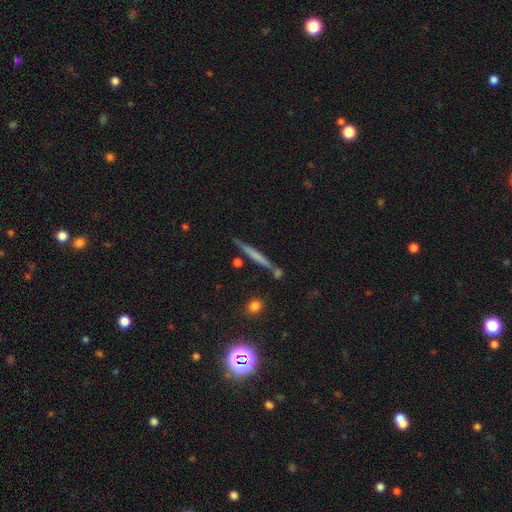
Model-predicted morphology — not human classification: Smooth or featured? smooth (50%)
How rounded? cigar-shaped (95%)
Merging? none (78%)